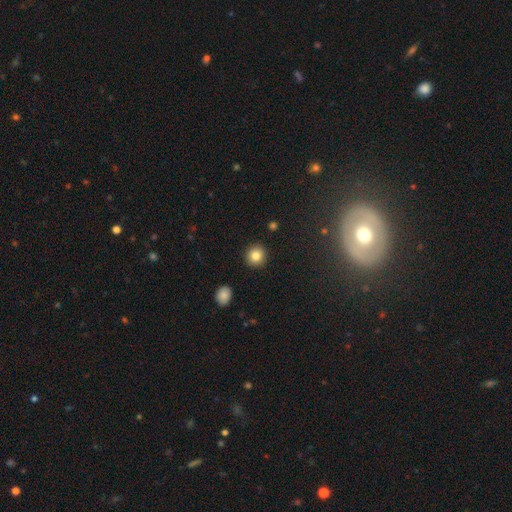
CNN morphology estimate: Smooth or featured? smooth (84%)
How rounded? round (91%)
Merging? none (91%)